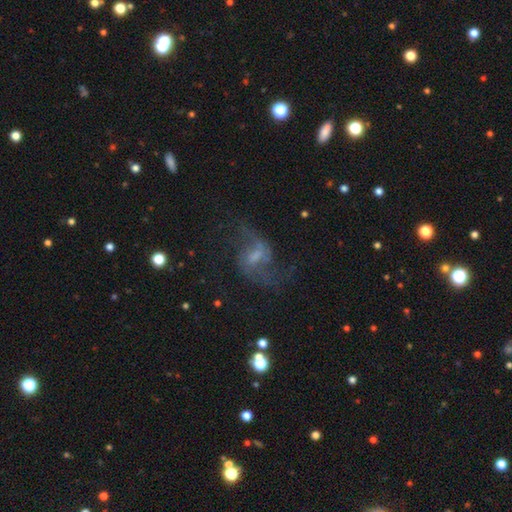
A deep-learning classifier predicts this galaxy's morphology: Smooth or featured?
  - featured or disk: 76% *
  - smooth: 13%
  - star or artifact: 11%
Edge-on disk?
  - no: 96% *
  - yes: 4%
Bar?
  - weak: 57% *
  - no: 24%
  - strong: 19%
Spiral arms?
  - yes: 89% *
  - no: 11%
Spiral winding?
  - loose: 66% *
  - medium: 29%
  - tight: 5%
Spiral arm count?
  - 2: 85% *
  - can't tell: 6%
  - 1: 4%
  - 3: 2%
  - 4: 1%
  - more than 4: 1%
Bulge size?
  - moderate: 33% * (tied)
  - small: 33% * (tied)
  - none: 26%
  - large: 6%
  - dominant: 1%
Merging?
  - none: 56% *
  - major disturbance: 23%
  - minor disturbance: 17%
  - merger: 3%